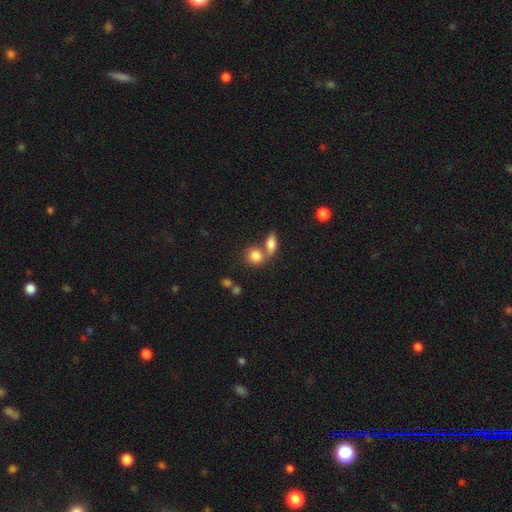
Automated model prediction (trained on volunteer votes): A smooth galaxy with no disk features (82%) that is round (62%). Merging: none (44%).